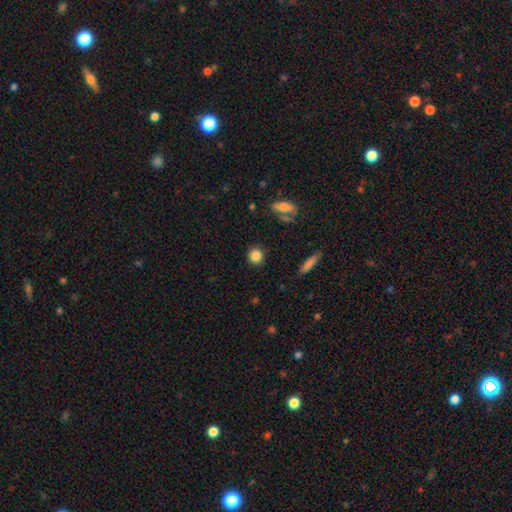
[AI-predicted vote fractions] Smooth or featured: smooth — 85% (star or artifact — 10%)
How rounded: round — 87% (in between — 11%)
Merging: none — 89% (minor disturbance — 7%)